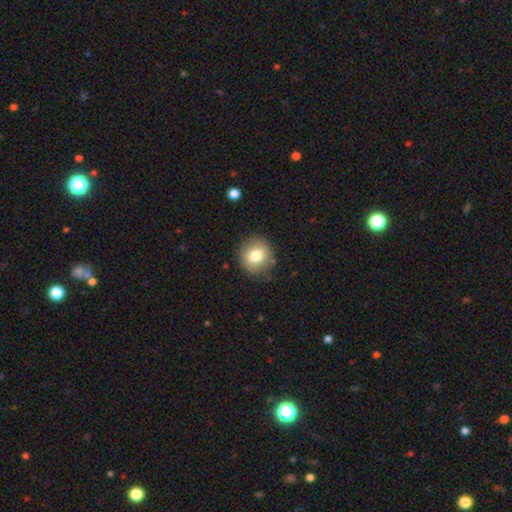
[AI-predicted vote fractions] Morphology: type=smooth (78%); roundness=round (87%); merging=none (86%).